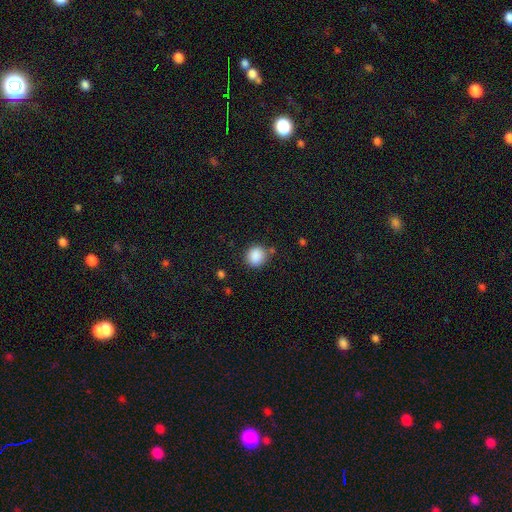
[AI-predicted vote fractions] Smooth or featured? smooth (88%)
How rounded? round (83%)
Merging? none (79%)